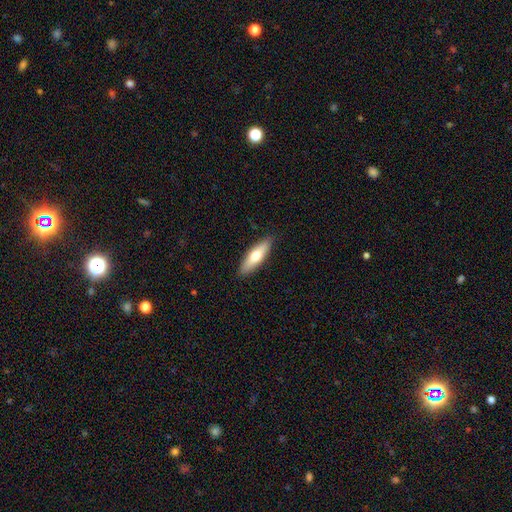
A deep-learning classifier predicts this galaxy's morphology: The model was most divided on "how rounded": cigar-shaped: 51%, in between: 47%, round: 2%. More confident: merging — none (89%); smooth or featured — smooth (65%).